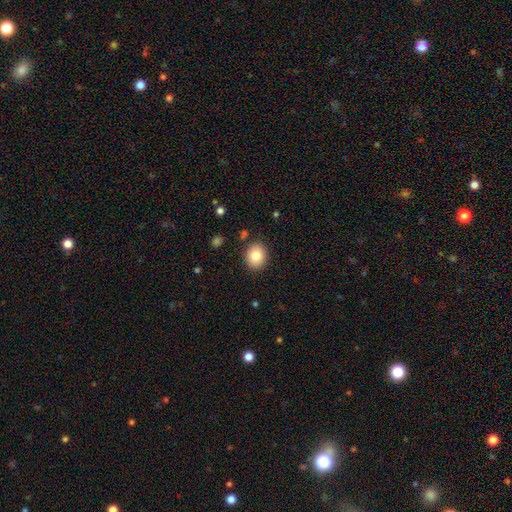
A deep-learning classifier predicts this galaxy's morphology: The model was most divided on "how rounded": round: 63%, in between: 36%, cigar-shaped: 1%. More confident: merging — none (88%); smooth or featured — smooth (82%).